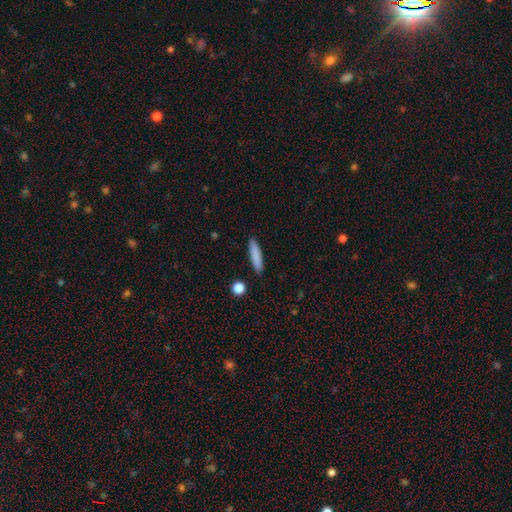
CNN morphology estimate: type=smooth (84%); roundness=cigar-shaped (85%); merging=none (90%).